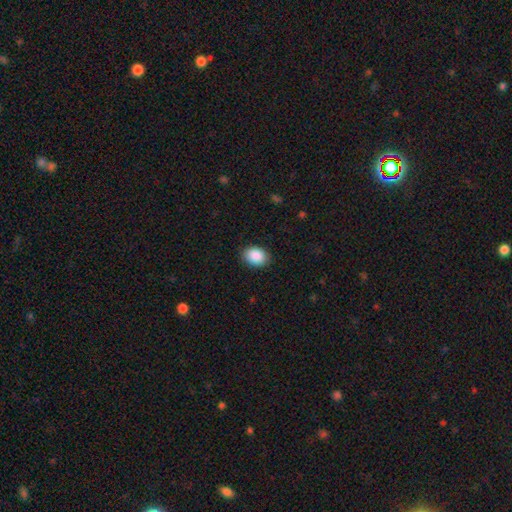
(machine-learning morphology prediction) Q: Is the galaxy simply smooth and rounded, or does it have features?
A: smooth — 90%.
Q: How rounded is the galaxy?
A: in between — 74%.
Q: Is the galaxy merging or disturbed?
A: none — 88%.